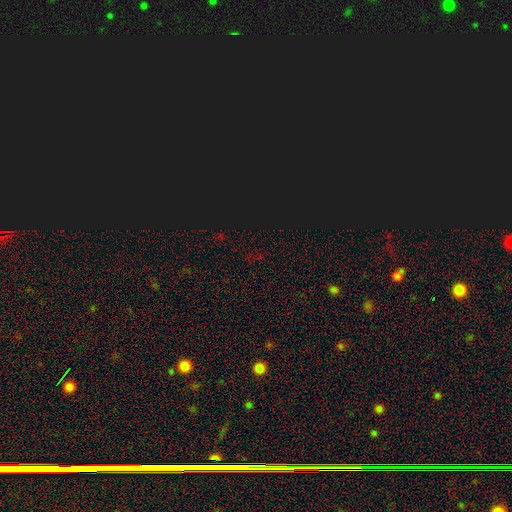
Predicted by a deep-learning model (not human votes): Smooth or featured? Predicted: star or artifact (p=0.78).